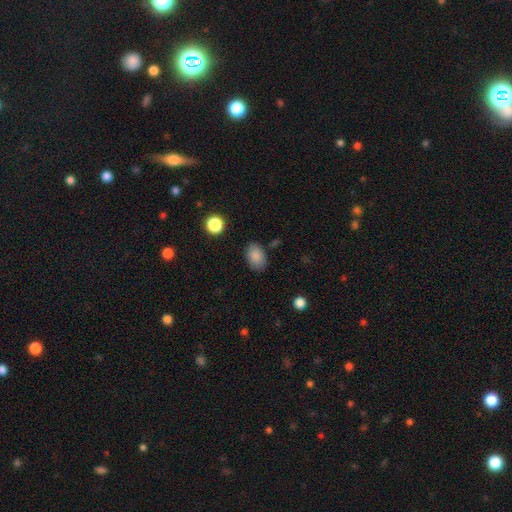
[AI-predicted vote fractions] Morphology: type=smooth (87%); roundness=in between (85%); merging=none (81%).